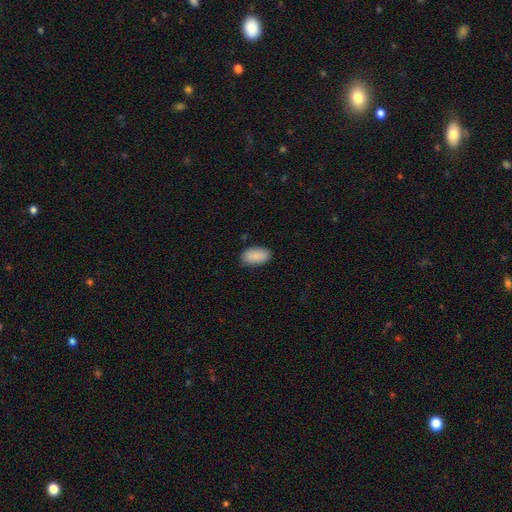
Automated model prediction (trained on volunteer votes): A smooth galaxy with no disk features (90%) that is in between round and cigar-shaped (95%). Merging: none (84%).